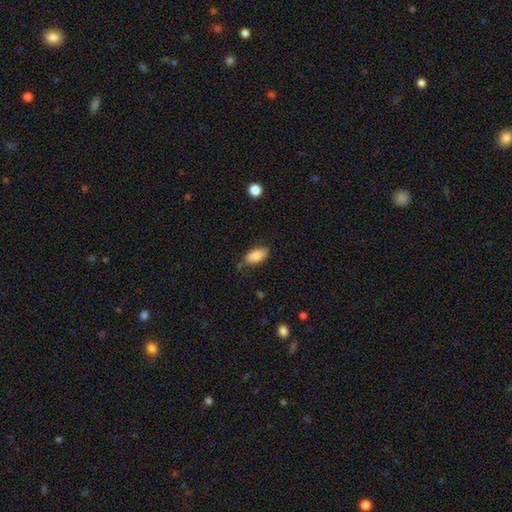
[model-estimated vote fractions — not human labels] smooth 83%, featured or disk 10%, star or artifact 7%. Down the decision tree: how rounded — in between (92%); merging — none (74%).